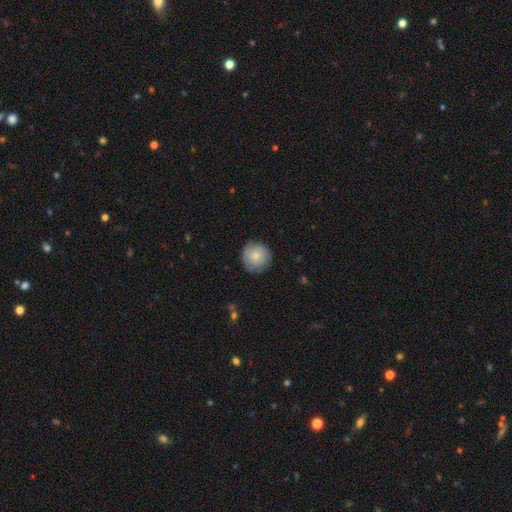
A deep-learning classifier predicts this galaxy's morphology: Q: Smooth or featured?
A: smooth (78%); runner-up: featured or disk (15%)
Q: How rounded?
A: round (94%); runner-up: in between (5%)
Q: Merging?
A: none (82%); runner-up: minor disturbance (14%)